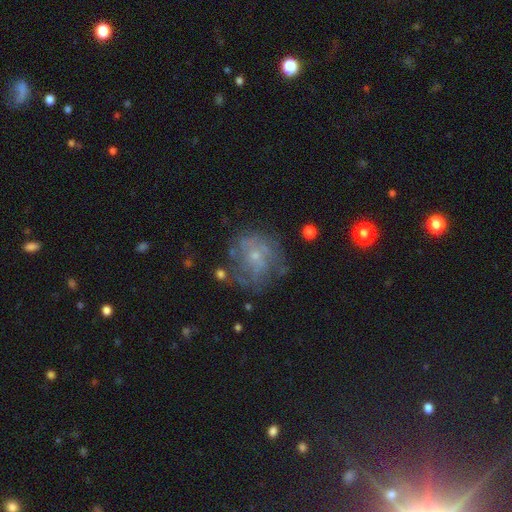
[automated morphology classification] Smooth or featured? featured or disk (67%)
Edge-on disk? no (98%)
Bar? no (79%)
Spiral arms? yes (71%)
Bulge size? small (74%)
Merging? none (59%)